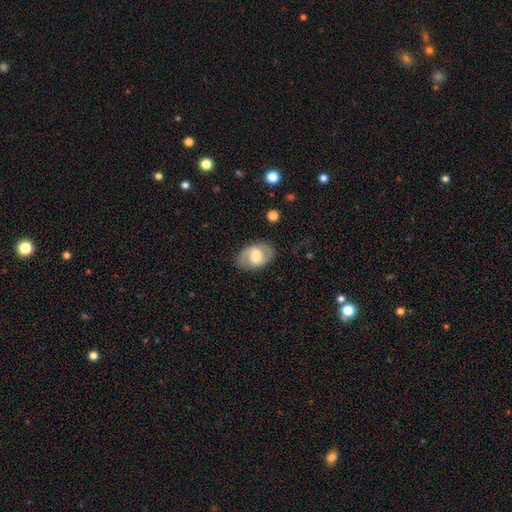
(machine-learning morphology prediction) A featured or disk galaxy (51%). Merging: none (80%).